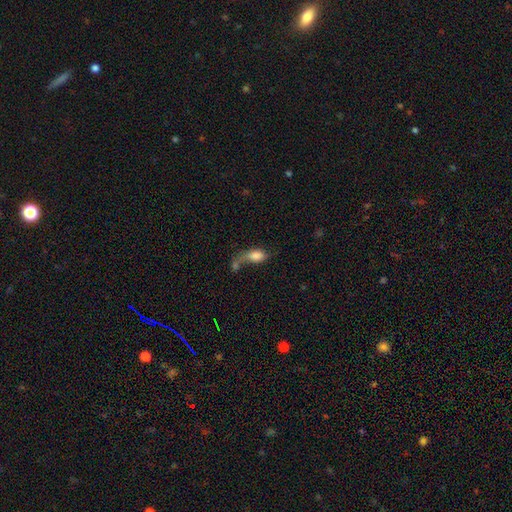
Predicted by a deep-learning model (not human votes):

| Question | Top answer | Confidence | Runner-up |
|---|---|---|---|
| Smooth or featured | smooth | 73% | featured or disk (18%) |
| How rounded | in between | 84% | round (9%) |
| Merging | merger | 37% | major disturbance (26%) |